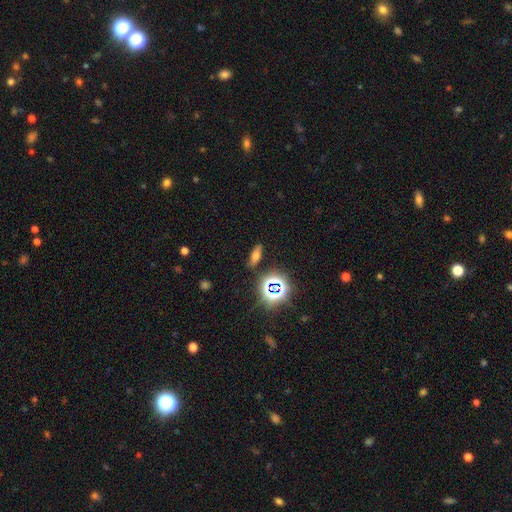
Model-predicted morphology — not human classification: smooth_or_featured: smooth (p=0.56) [alt: star or artifact p=0.27]
how_rounded: in between (p=0.61) [alt: cigar-shaped p=0.31]
merging: none (p=0.84) [alt: minor disturbance p=0.10]